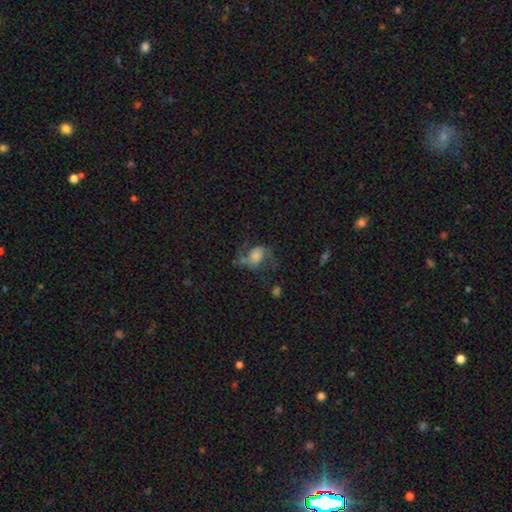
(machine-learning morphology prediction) A featured or disk galaxy (65%) with no bar (54%), 2 (87%) loose (55%) spiral arms (89%) and a large central bulge (30%). Merging: none (57%).